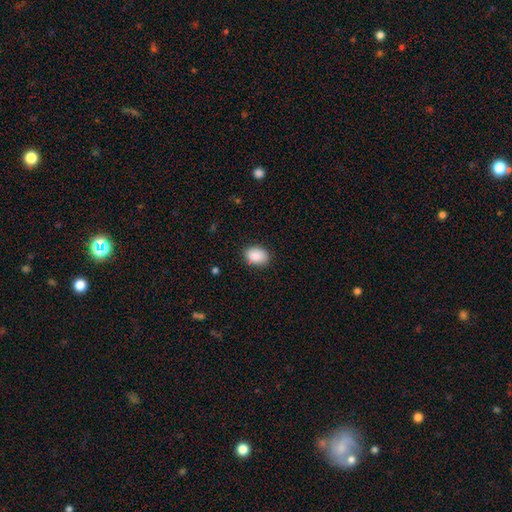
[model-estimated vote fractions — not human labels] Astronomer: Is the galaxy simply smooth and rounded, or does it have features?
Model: smooth — 89%.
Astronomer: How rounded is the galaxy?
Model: in between — 77%.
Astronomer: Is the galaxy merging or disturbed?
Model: none — 82%.